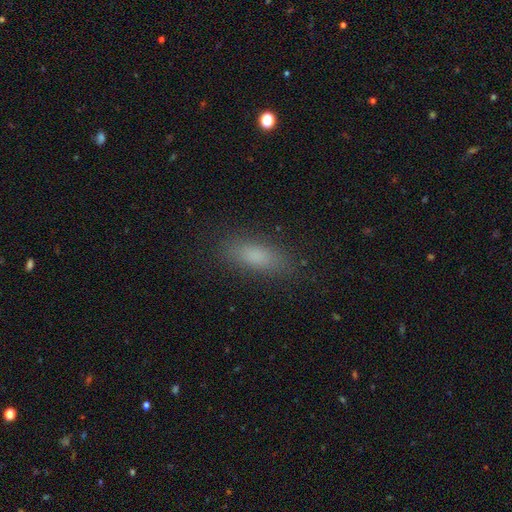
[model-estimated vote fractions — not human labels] This appears to be a smooth galaxy with no disk features (80%) that is in between round and cigar-shaped (61%). Merging: none (85%).